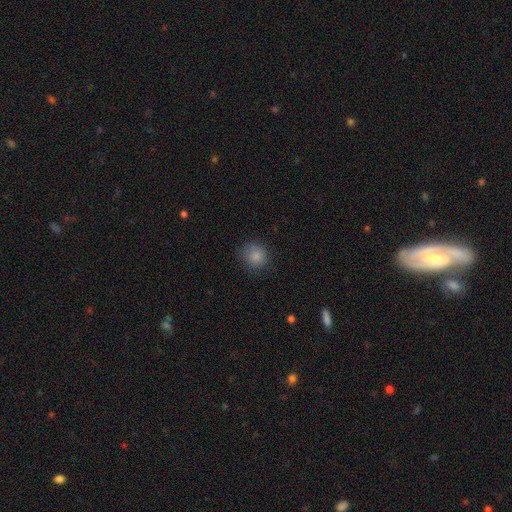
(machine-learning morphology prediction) Smooth or featured?
  - smooth: 84% *
  - star or artifact: 11%
  - featured or disk: 5%
How rounded?
  - round: 87% *
  - in between: 12%
  - cigar-shaped: 1%
Merging?
  - none: 80% *
  - minor disturbance: 15%
  - major disturbance: 5%
  - merger: 1%